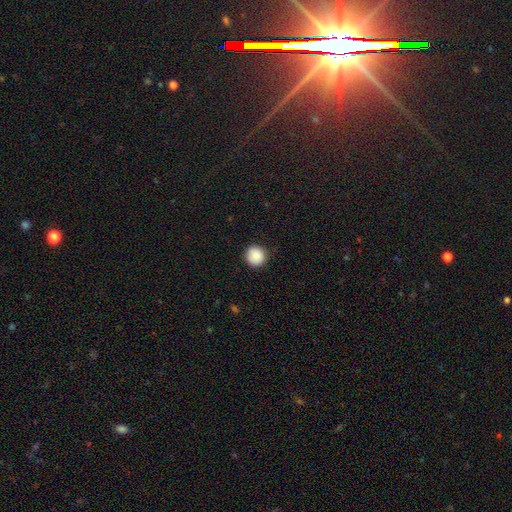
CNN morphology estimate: Smooth or featured? smooth (87%)
How rounded? round (94%)
Merging? none (88%)